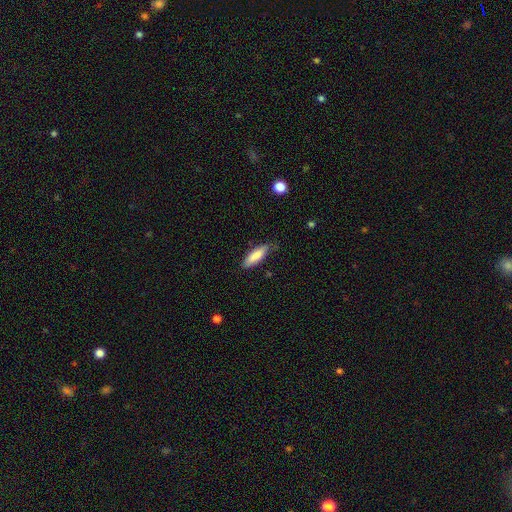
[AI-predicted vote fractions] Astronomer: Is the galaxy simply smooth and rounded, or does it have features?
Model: smooth — 85%.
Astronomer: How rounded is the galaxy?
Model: cigar-shaped — 50% (runner-up: in between, 49%).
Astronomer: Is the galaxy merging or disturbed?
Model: none — 73%.